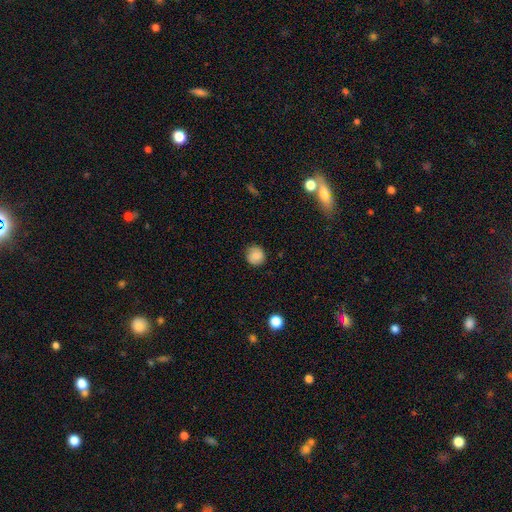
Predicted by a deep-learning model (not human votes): This is clearly a smooth galaxy (83%). How rounded: clearly round (90%). Merging: clearly none (82%).